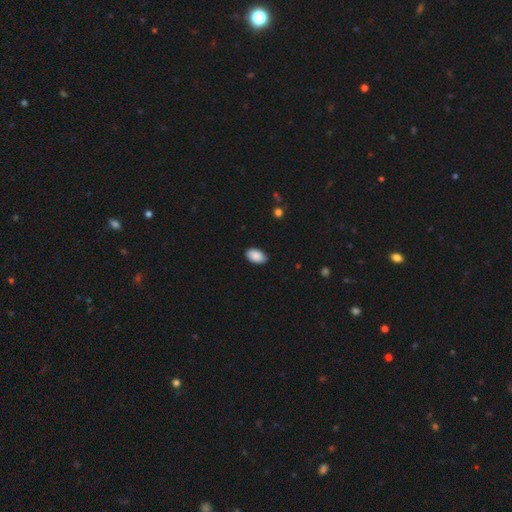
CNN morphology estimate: This is clearly a smooth galaxy (90%). How rounded: clearly in between (93%). Merging: clearly none (88%).